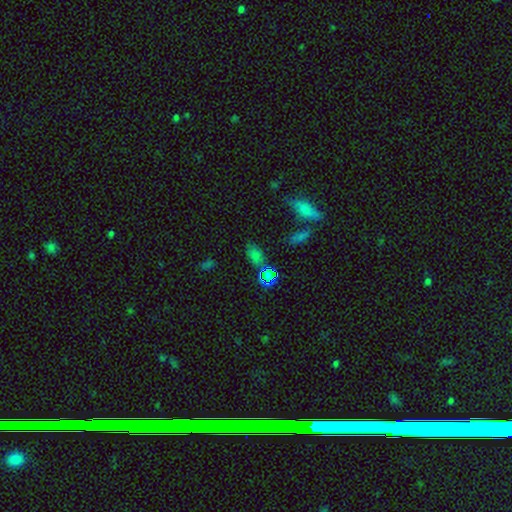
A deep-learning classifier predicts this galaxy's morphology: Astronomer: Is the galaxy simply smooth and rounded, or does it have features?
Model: smooth — 59%.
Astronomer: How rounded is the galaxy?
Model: in between — 83%.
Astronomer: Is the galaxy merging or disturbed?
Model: none — 73%.